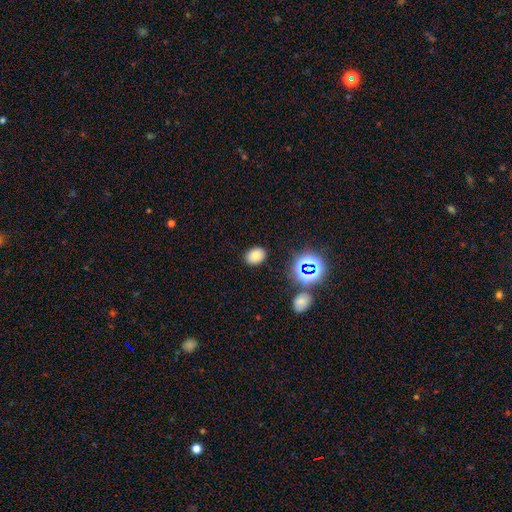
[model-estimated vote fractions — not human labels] Smooth or featured? smooth (74%)
How rounded? in between (67%)
Merging? none (86%)